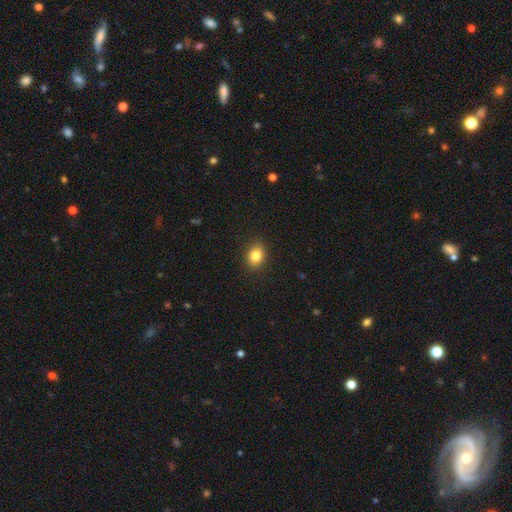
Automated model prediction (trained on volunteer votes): smooth_or_featured: smooth (p=0.83) [alt: star or artifact p=0.10]
how_rounded: in between (p=0.56) [alt: round p=0.43]
merging: none (p=0.89) [alt: minor disturbance p=0.08]